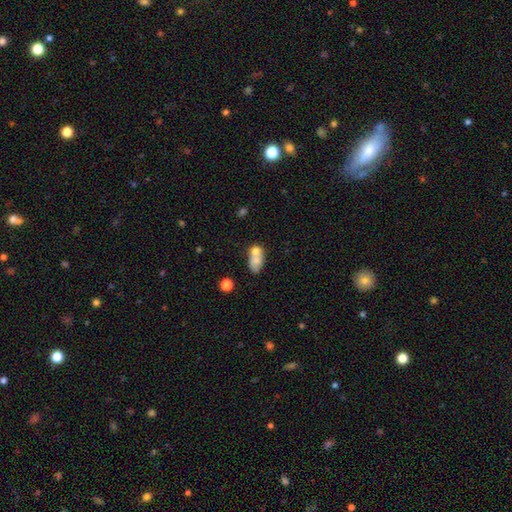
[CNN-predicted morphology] type=smooth (68%); roundness=in between (76%); merging=merger (54%).